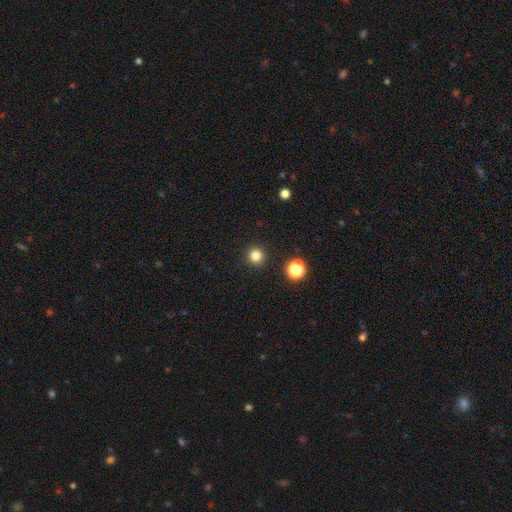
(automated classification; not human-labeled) A smooth galaxy with no disk features (82%) that is round (95%). Merging: none (92%).